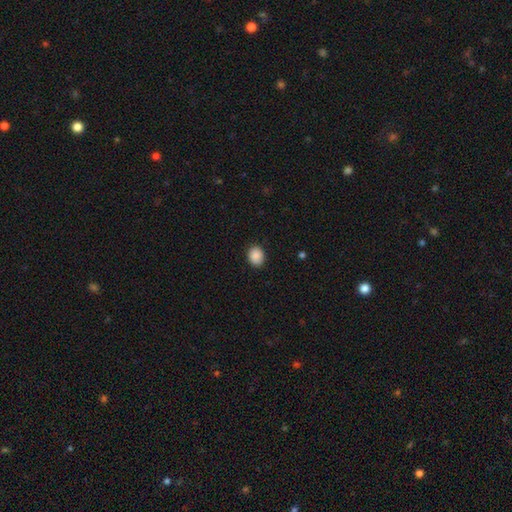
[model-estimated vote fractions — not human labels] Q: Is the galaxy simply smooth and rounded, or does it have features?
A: smooth — 89%.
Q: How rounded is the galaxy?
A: round — 55%.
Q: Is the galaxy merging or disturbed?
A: none — 88%.